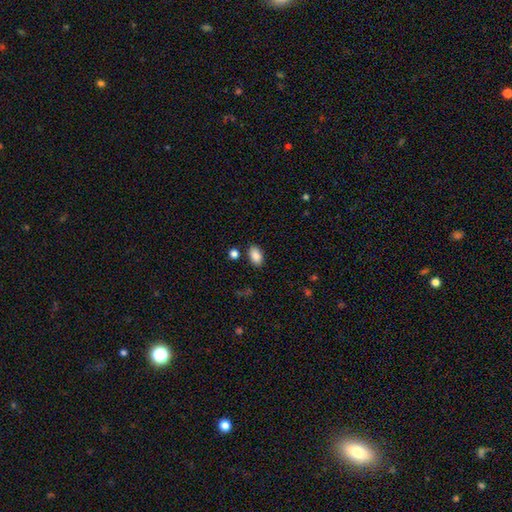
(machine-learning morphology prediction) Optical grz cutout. It shows a smooth galaxy with no disk features (88%) that is in between round and cigar-shaped (92%). Merging: none (84%).